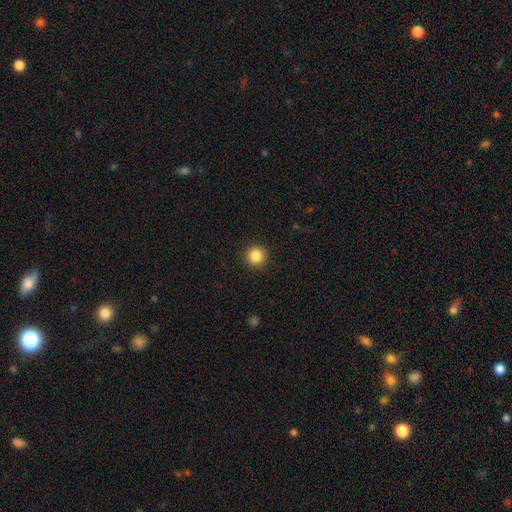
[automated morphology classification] Smooth or featured?
  - smooth: 86% *
  - star or artifact: 10%
  - featured or disk: 4%
How rounded?
  - round: 95% *
  - in between: 4%
  - cigar-shaped: 1%
Merging?
  - none: 93% *
  - minor disturbance: 5%
  - major disturbance: 2%
  - merger: 1%